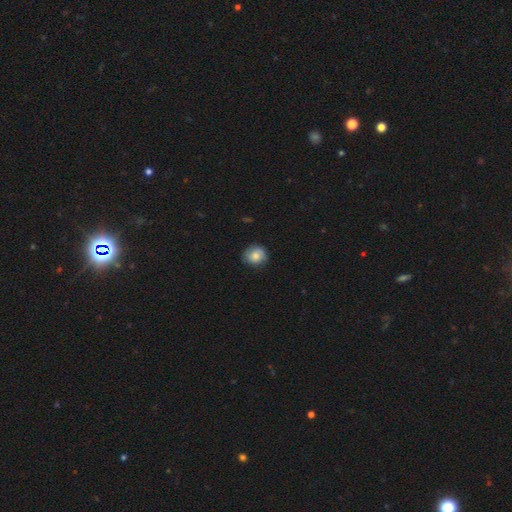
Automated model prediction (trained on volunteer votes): Smooth or featured?
  - smooth: 75% *
  - featured or disk: 17%
  - star or artifact: 8%
How rounded?
  - round: 79% *
  - in between: 20%
  - cigar-shaped: 1%
Merging?
  - none: 77% *
  - minor disturbance: 18%
  - major disturbance: 4%
  - merger: 1%